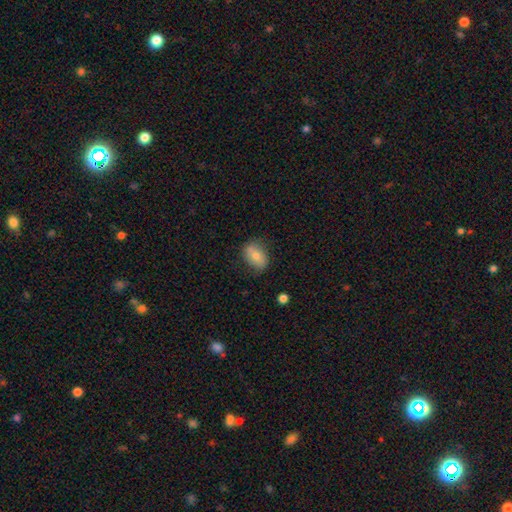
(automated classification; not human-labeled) Smooth or featured? Predicted: smooth (p=0.69). How rounded? Predicted: in between (p=0.80). Merging? Predicted: none (p=0.74).